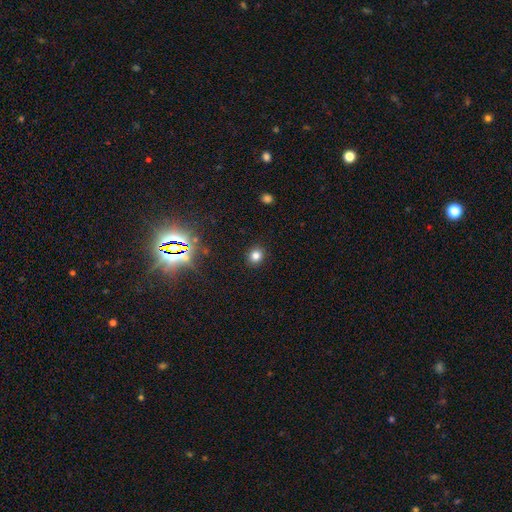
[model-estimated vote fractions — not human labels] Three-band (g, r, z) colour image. It shows a smooth galaxy with no disk features (78%) that is round (85%). Merging: none (91%).